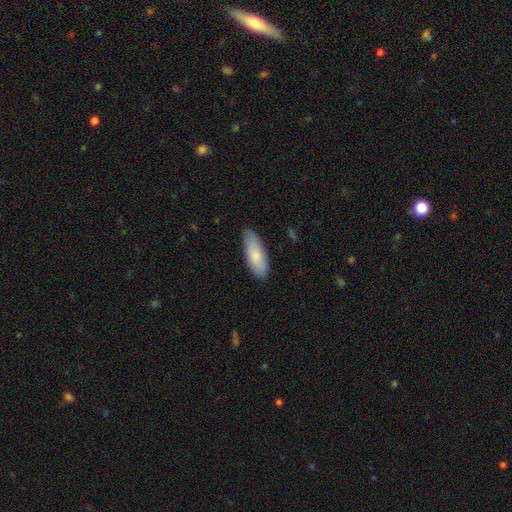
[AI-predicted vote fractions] Smooth or featured?
  - smooth: 80% *
  - featured or disk: 15%
  - star or artifact: 5%
How rounded?
  - in between: 67% *
  - cigar-shaped: 31%
  - round: 2%
Merging?
  - none: 84% *
  - minor disturbance: 13%
  - major disturbance: 2%
  - merger: 1%